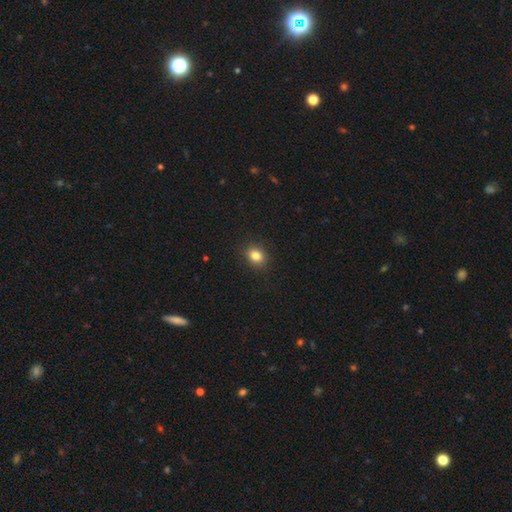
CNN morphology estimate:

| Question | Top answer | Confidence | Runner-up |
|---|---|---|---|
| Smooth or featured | smooth | 83% | star or artifact (11%) |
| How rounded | round | 60% | in between (39%) |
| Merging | none | 89% | minor disturbance (8%) |